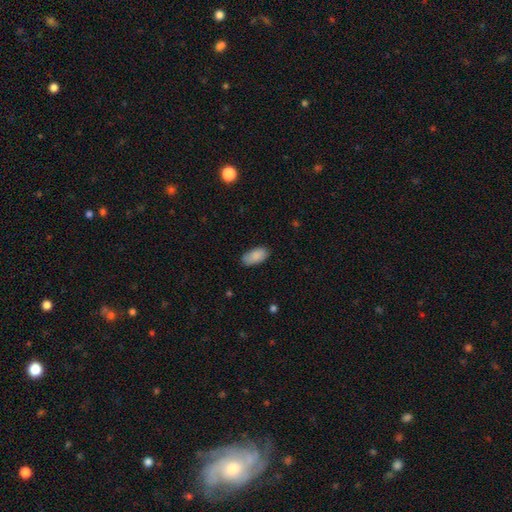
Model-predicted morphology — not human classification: Smooth or featured: smooth — 88% (star or artifact — 6%)
How rounded: in between — 94% (cigar-shaped — 4%)
Merging: none — 81% (minor disturbance — 15%)